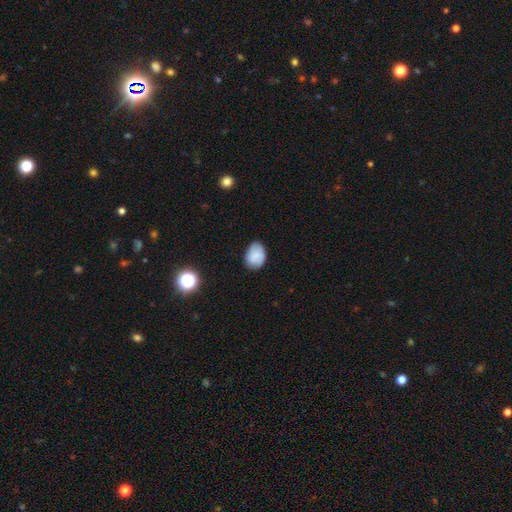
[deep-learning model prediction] A smooth galaxy with no disk features (79%) that is in between round and cigar-shaped (69%).

Vote fractions:
- Smooth or featured? smooth: 79% / featured or disk: 12% / star or artifact: 9%
- How rounded? in between: 69% / round: 30% / cigar-shaped: 1%
- Merging? none: 71% / minor disturbance: 24% / major disturbance: 4% / merger: 1%